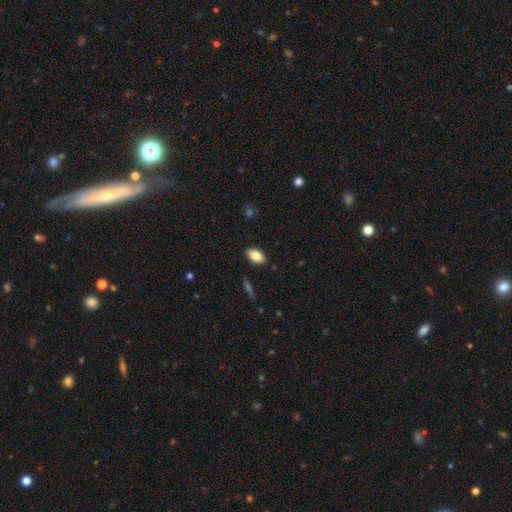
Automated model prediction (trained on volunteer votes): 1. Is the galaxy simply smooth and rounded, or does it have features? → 82% smooth, 11% featured or disk, 7% star or artifact.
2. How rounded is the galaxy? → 92% in between, 5% round, 3% cigar-shaped.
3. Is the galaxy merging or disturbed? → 88% none, 9% minor disturbance, 2% major disturbance, 1% merger.